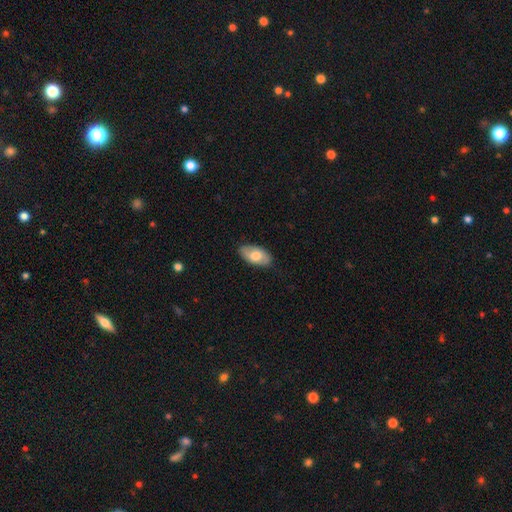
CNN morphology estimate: A smooth galaxy with no disk features (69%) that is in between round and cigar-shaped (94%).

Vote fractions:
- Smooth or featured? smooth: 69% / featured or disk: 26% / star or artifact: 6%
- How rounded? in between: 94% / round: 3% / cigar-shaped: 2%
- Merging? none: 84% / minor disturbance: 13% / major disturbance: 2% / merger: 1%